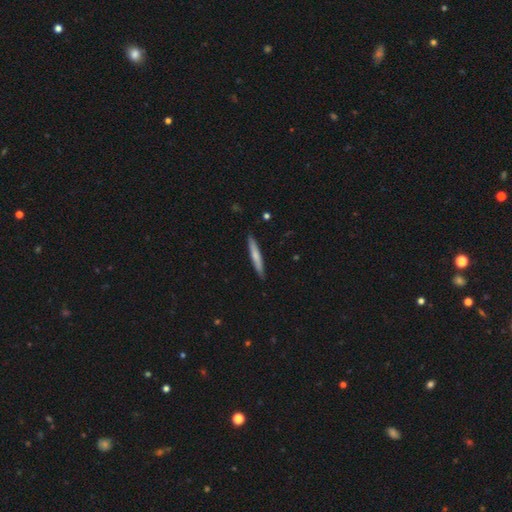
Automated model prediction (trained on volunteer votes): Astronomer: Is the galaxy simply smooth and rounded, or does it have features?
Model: smooth — 66%.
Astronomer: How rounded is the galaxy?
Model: cigar-shaped — 95%.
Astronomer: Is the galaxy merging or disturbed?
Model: none — 90%.